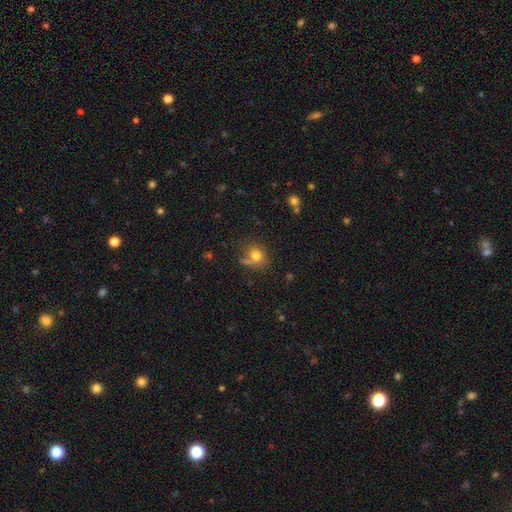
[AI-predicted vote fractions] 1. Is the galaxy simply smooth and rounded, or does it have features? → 76% smooth, 13% star or artifact, 11% featured or disk.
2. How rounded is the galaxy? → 73% round, 26% in between, 1% cigar-shaped.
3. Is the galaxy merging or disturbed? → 59% none, 18% minor disturbance, 13% merger, 10% major disturbance.